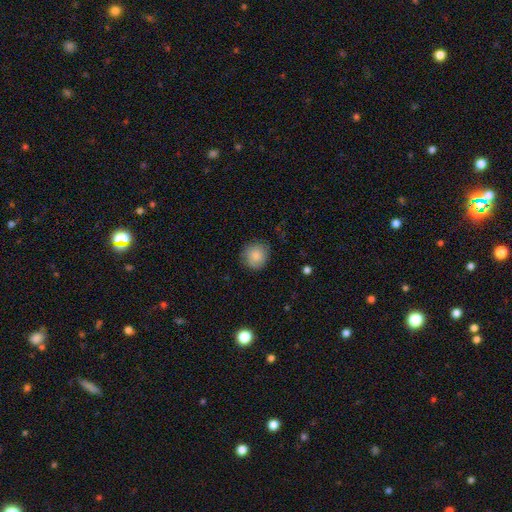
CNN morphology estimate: A smooth galaxy with no disk features (86%) that is round (90%).

Vote fractions:
- Smooth or featured? smooth: 86% / star or artifact: 8% / featured or disk: 6%
- How rounded? round: 90% / in between: 9% / cigar-shaped: 1%
- Merging? none: 85% / minor disturbance: 12% / major disturbance: 3% / merger: 1%